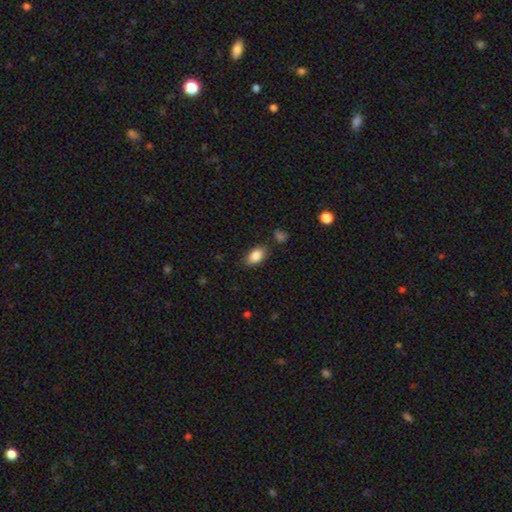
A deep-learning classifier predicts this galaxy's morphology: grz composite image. It shows a smooth galaxy with no disk features (86%) that is in between round and cigar-shaped (89%). Merging: none (80%).